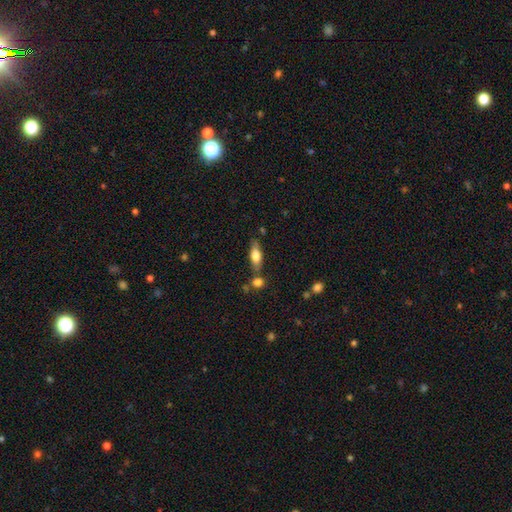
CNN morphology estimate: smooth 61%, featured or disk 32%, star or artifact 7%. Down the decision tree: how rounded — in between (61%); merging — none (68%).